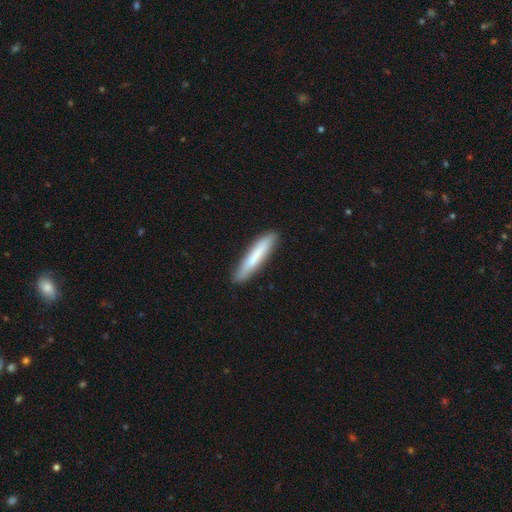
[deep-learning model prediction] Overall: smooth (73%). How rounded: cigar-shaped (91%). Merging: none (89%).